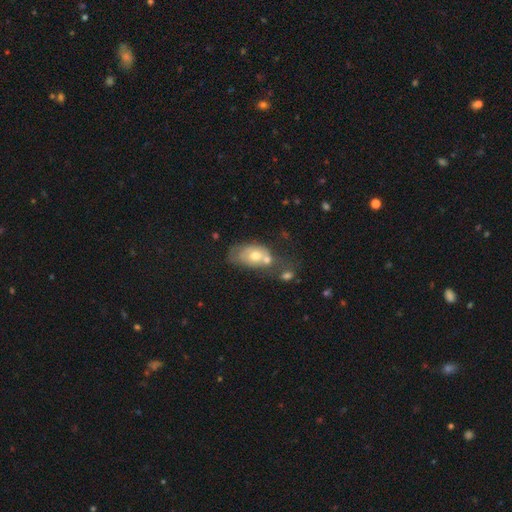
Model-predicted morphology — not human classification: A smooth galaxy with no disk features (56%) that is in between round and cigar-shaped (83%).

Vote fractions:
- Smooth or featured? smooth: 56% / featured or disk: 36% / star or artifact: 8%
- How rounded? in between: 83% / round: 14% / cigar-shaped: 2%
- Merging? merger: 48% / none: 20% / minor disturbance: 17% / major disturbance: 15%